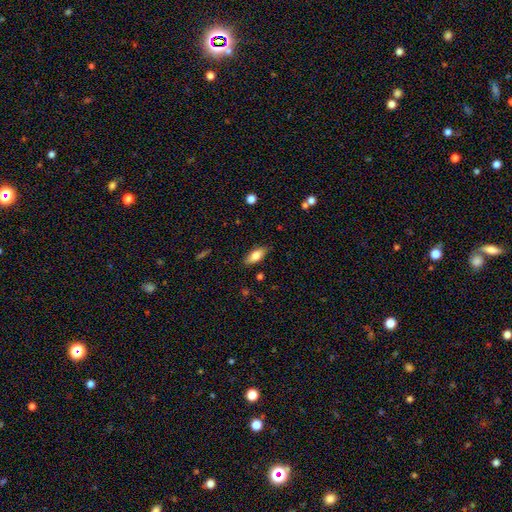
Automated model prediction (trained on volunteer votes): smooth-or-featured: smooth: 79% | featured or disk: 14% | star or artifact: 7%
  how-rounded: in between: 82% | cigar-shaped: 16% | round: 2%
  merging: none: 83% | minor disturbance: 13% | major disturbance: 3% | merger: 1%